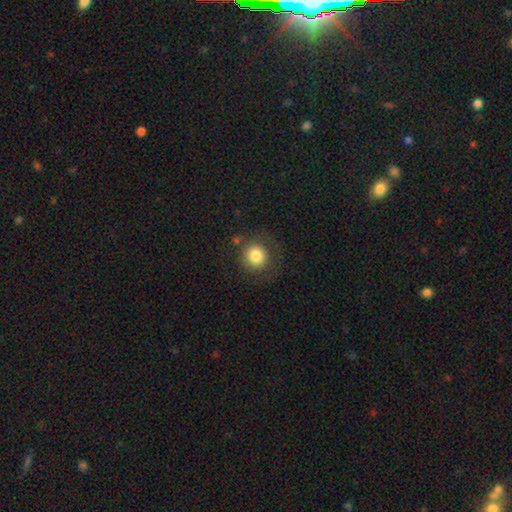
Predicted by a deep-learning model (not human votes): smooth-or-featured: smooth: 80% | star or artifact: 10% | featured or disk: 9%
  how-rounded: round: 92% | in between: 7% | cigar-shaped: 1%
  merging: none: 75% | minor disturbance: 14% | major disturbance: 8% | merger: 3%